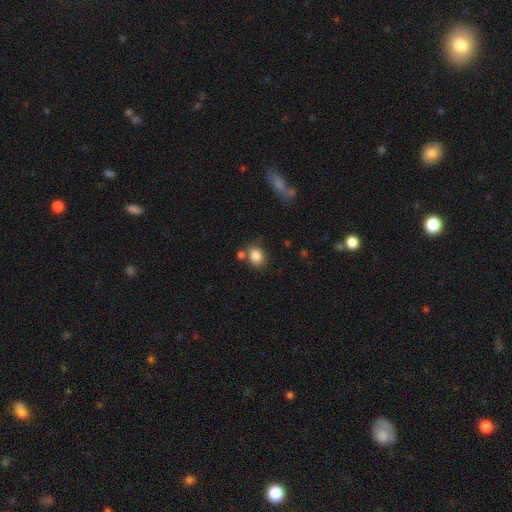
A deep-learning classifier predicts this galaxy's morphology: The model was most divided on "how rounded": round: 51%, in between: 47%, cigar-shaped: 1%. More confident: smooth or featured — smooth (84%); merging — none (66%).